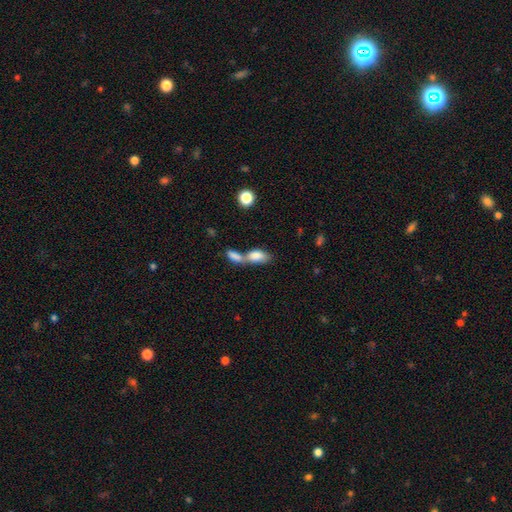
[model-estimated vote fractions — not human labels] Smooth or featured: smooth — 81% (featured or disk — 12%)
How rounded: in between — 87% (cigar-shaped — 9%)
Merging: merger — 67% (none — 22%)